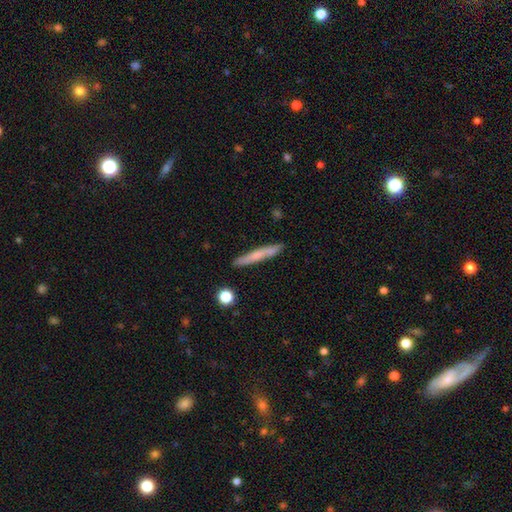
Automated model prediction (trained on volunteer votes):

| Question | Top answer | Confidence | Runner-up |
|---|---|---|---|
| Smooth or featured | smooth | 63% | featured or disk (31%) |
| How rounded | cigar-shaped | 94% | in between (4%) |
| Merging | none | 85% | minor disturbance (11%) |